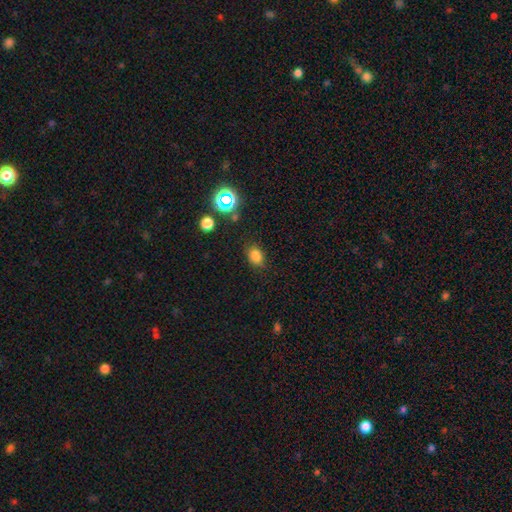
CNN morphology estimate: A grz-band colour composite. It shows a smooth galaxy with no disk features (79%) that is in between round and cigar-shaped (69%). Merging: none (81%).